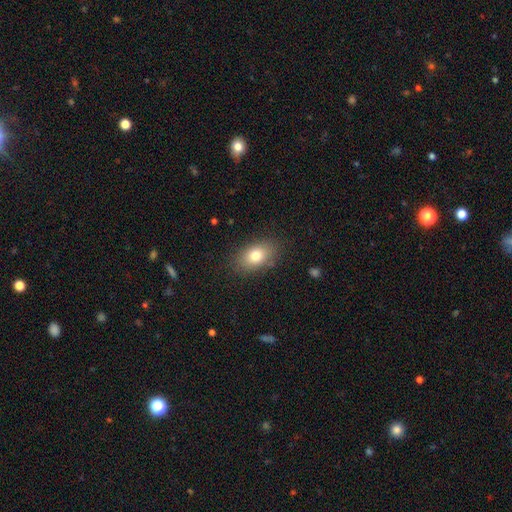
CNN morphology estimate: Q: Smooth or featured?
A: smooth (79%); runner-up: featured or disk (12%)
Q: How rounded?
A: in between (85%); runner-up: round (13%)
Q: Merging?
A: none (83%); runner-up: minor disturbance (12%)